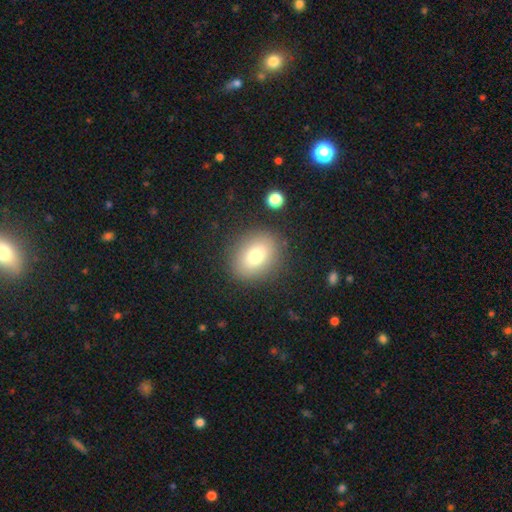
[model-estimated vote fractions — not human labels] Smooth or featured: smooth — 75% (featured or disk — 13%)
How rounded: in between — 52% (round — 47%)
Merging: none — 86% (minor disturbance — 9%)